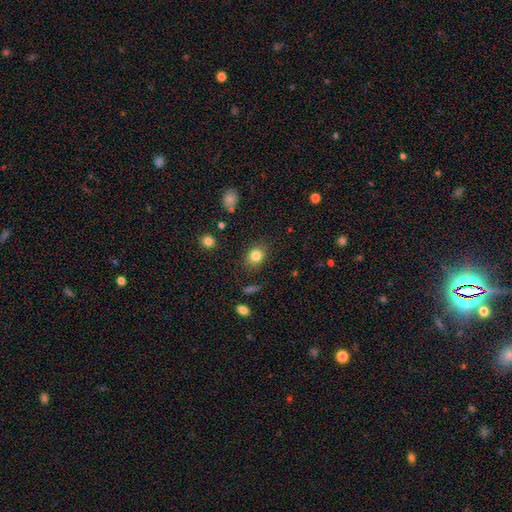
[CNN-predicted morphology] Smooth or featured?
  - smooth: 82% *
  - star or artifact: 10%
  - featured or disk: 7%
How rounded?
  - round: 52% *
  - in between: 47%
  - cigar-shaped: 1%
Merging?
  - none: 85% *
  - minor disturbance: 11%
  - major disturbance: 3%
  - merger: 2%